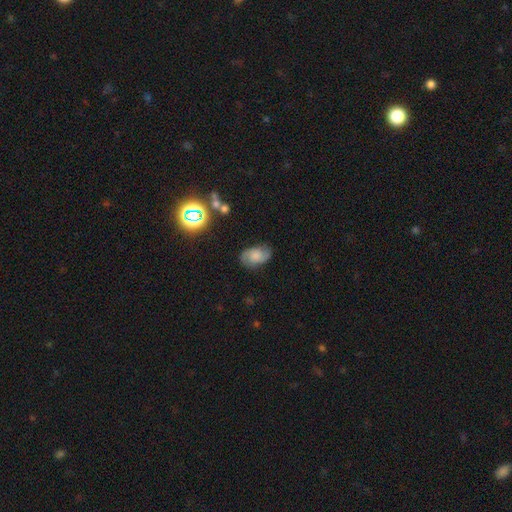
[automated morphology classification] smooth 45%, featured or disk 43%, star or artifact 11%. Down the decision tree: merging — none (73%).